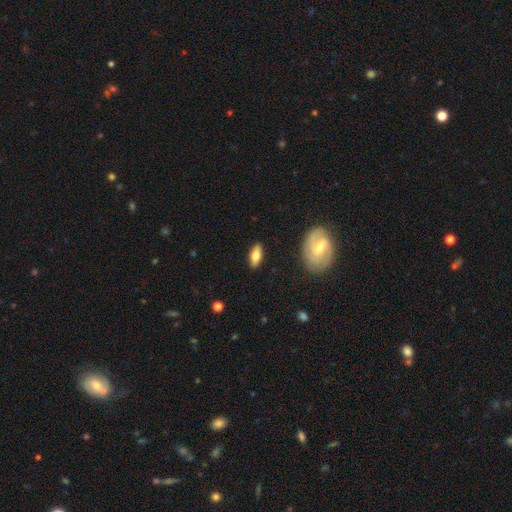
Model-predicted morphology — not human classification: Smooth or featured? Predicted: smooth (p=0.70). How rounded? Predicted: in between (p=0.82). Merging? Predicted: none (p=0.87).